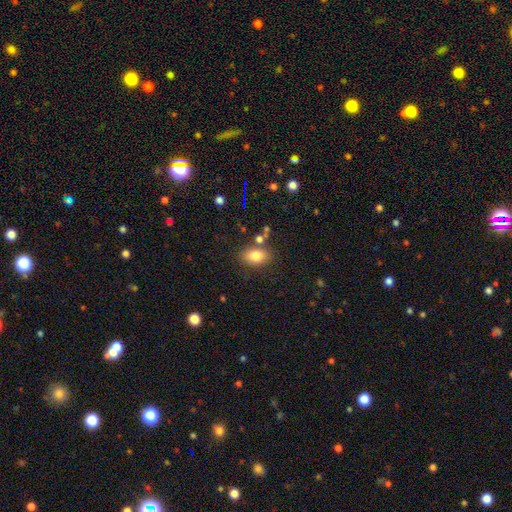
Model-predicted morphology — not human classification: This appears to be a smooth galaxy with no disk features (80%) that is in between round and cigar-shaped (85%). Merging: none (74%).